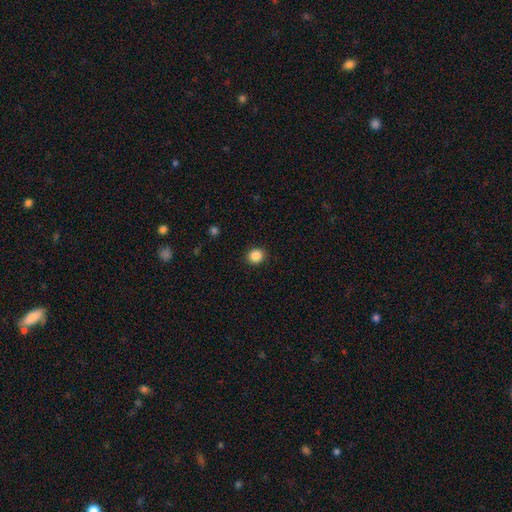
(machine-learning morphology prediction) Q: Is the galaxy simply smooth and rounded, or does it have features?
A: smooth — 86%.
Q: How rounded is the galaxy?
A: round — 84%.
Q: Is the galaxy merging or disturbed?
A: none — 91%.